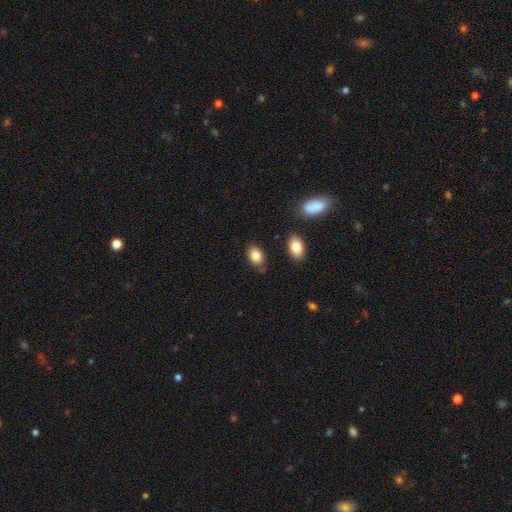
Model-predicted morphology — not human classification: Smooth or featured? smooth (85%)
How rounded? in between (86%)
Merging? none (76%)